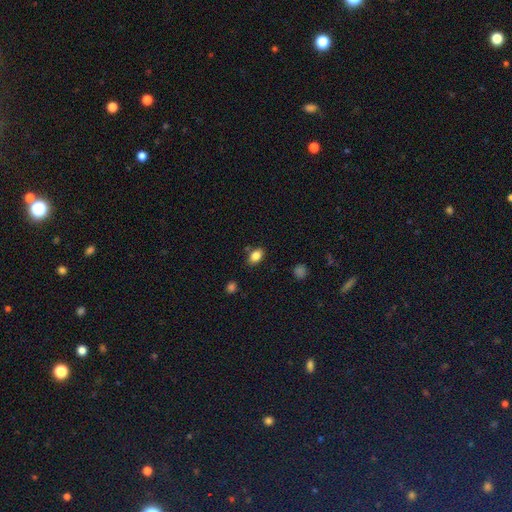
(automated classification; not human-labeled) smooth_or_featured: smooth (p=0.85) [alt: star or artifact p=0.09]
how_rounded: in between (p=0.84) [alt: round p=0.15]
merging: none (p=0.80) [alt: minor disturbance p=0.13]